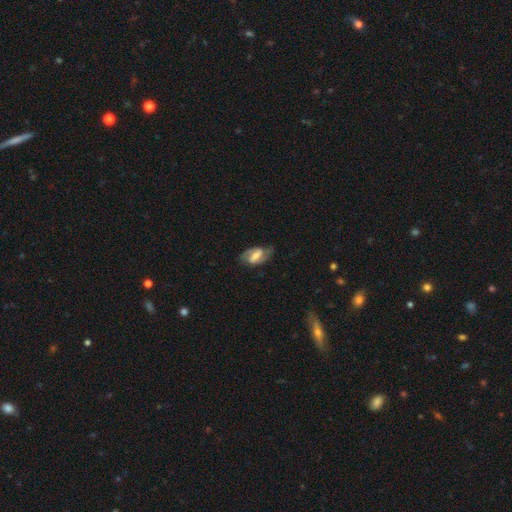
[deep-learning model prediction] Morphology: type=featured or disk (75%); edge-on=no (95%); bar=strong (57%); spiral arms=yes (89%); winding=medium (49%); arm count=2 (87%); bulge=moderate (33%); merging=none (75%).